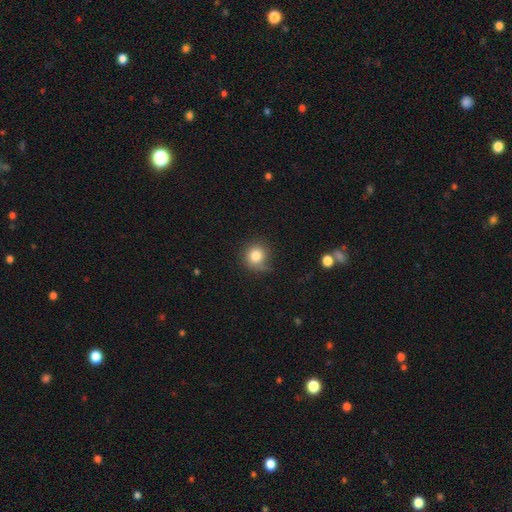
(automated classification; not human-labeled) Overall: smooth (82%). How rounded: round (90%). Merging: none (66%).